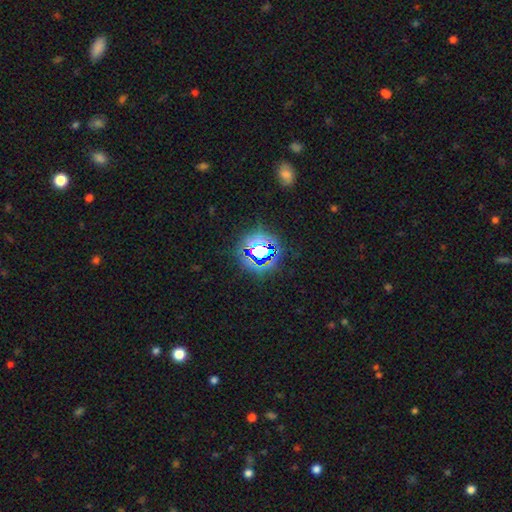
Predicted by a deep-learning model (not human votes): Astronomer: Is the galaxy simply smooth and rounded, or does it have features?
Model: star or artifact — 72%.